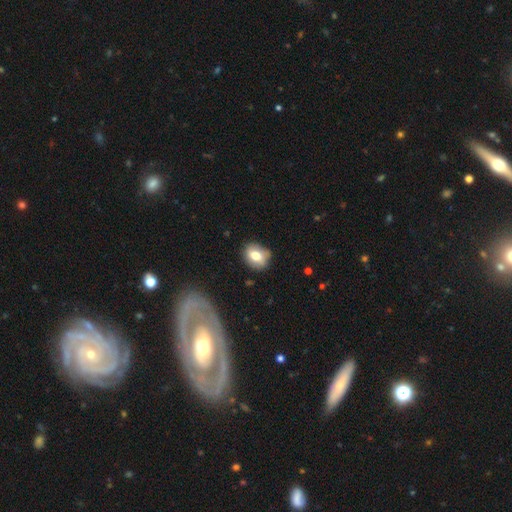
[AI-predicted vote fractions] Morphology: type=smooth (73%); roundness=round (50%); merging=none (75%).